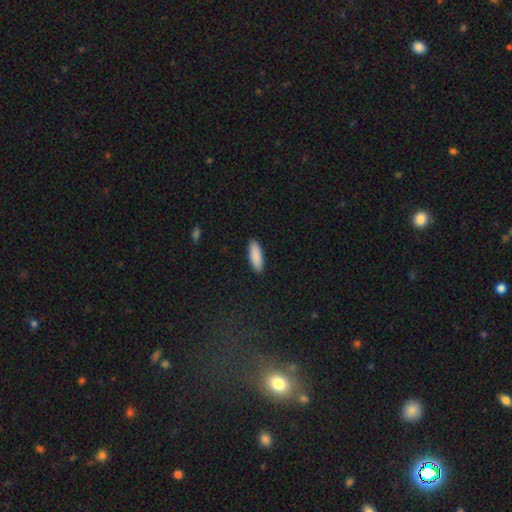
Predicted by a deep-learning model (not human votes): smooth-or-featured: smooth: 90% | star or artifact: 6% | featured or disk: 4%
  how-rounded: in between: 67% | cigar-shaped: 32% | round: 2%
  merging: none: 90% | minor disturbance: 7% | major disturbance: 2% | merger: 1%